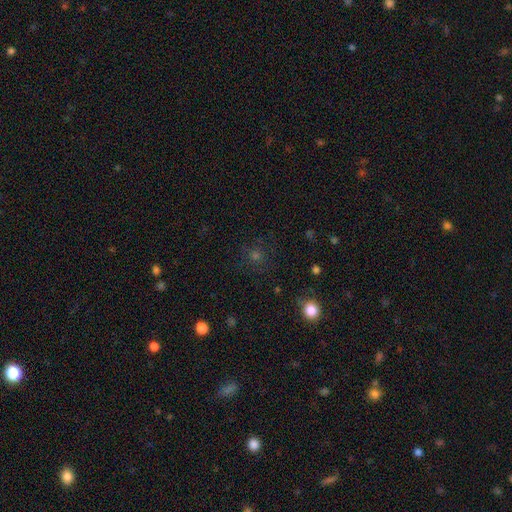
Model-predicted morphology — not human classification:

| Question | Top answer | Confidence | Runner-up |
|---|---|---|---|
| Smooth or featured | smooth | 45% | star or artifact (44%) |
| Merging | none | 84% | minor disturbance (9%) |